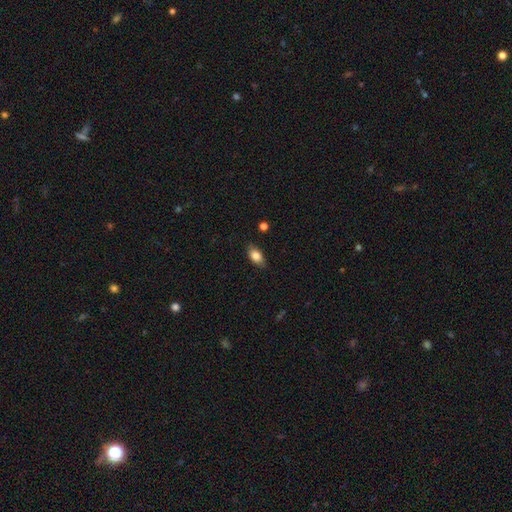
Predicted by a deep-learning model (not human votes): A smooth galaxy with no disk features (81%) that is in between round and cigar-shaped (86%). Merging: none (81%).